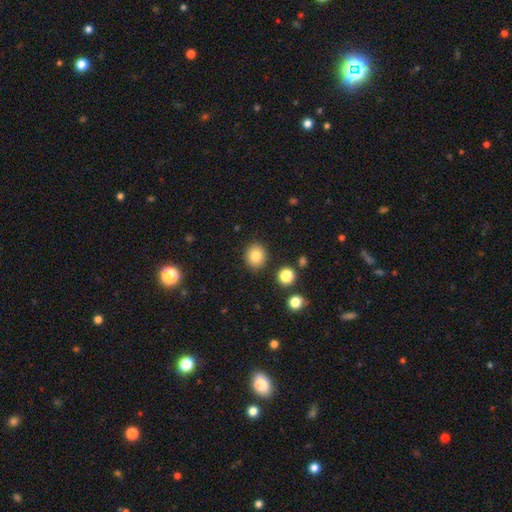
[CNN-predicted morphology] Smooth or featured? Predicted: smooth (p=0.81). How rounded? Predicted: round (p=0.78). Merging? Predicted: none (p=0.88).